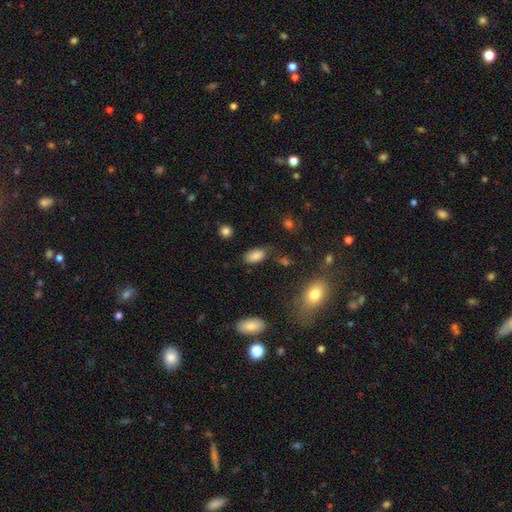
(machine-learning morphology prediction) smooth-or-featured: smooth: 84% | star or artifact: 10% | featured or disk: 6%
  how-rounded: in between: 93% | round: 5% | cigar-shaped: 2%
  merging: none: 70% | minor disturbance: 21% | major disturbance: 6% | merger: 3%